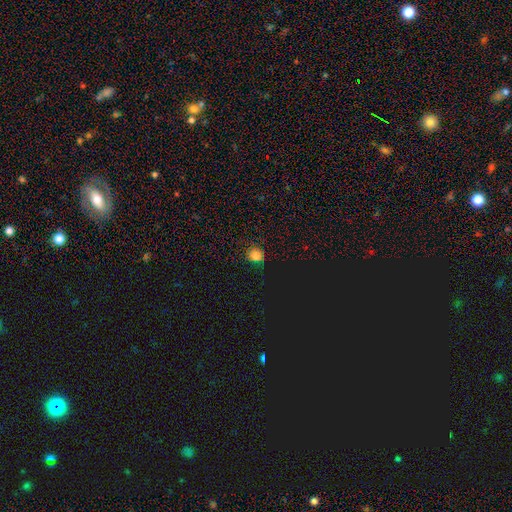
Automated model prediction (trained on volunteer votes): smooth_or_featured: smooth (p=0.76) [alt: star or artifact p=0.19]
how_rounded: round (p=0.86) [alt: in between p=0.13]
merging: none (p=0.84) [alt: minor disturbance p=0.12]